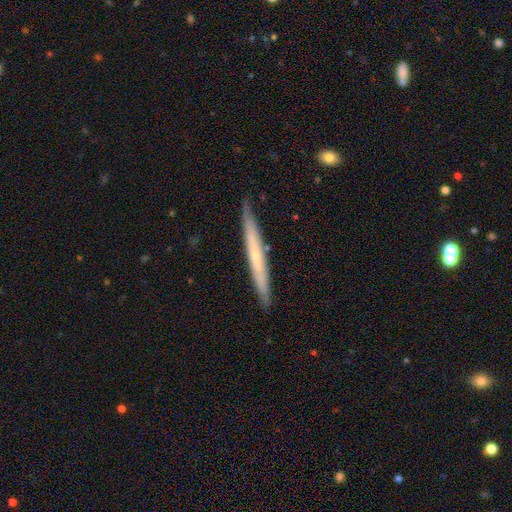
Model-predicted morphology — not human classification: smooth_or_featured: featured or disk (p=0.50) [alt: smooth p=0.44]
disk_edge_on: yes (p=0.94) [alt: no p=0.06]
merging: none (p=0.88) [alt: minor disturbance p=0.09]